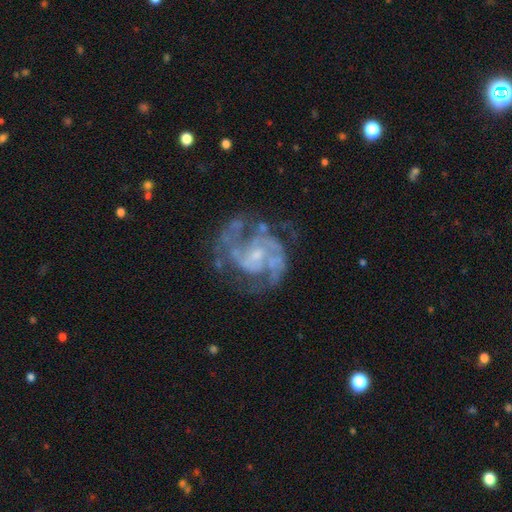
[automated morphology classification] This is clearly a featured or disk galaxy (86%). It is clearly not viewed edge-on (98%). Bar: possibly no (53%). Spiral arm pattern: clearly yes (94%). Spiral arm count: possibly 2 (48%). Spiral winding: possibly medium (49%). Central bulge: likely small (66%). Merging: likely none (65%).